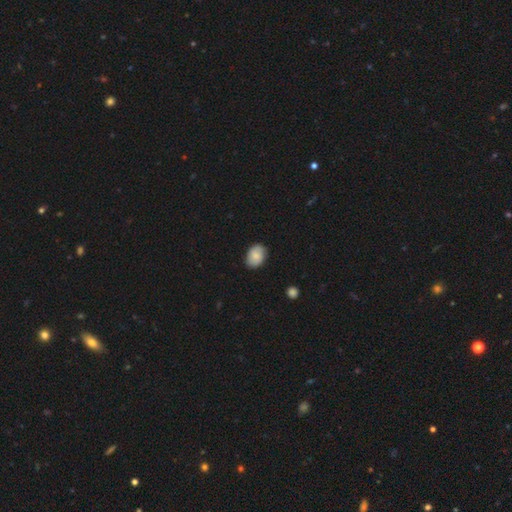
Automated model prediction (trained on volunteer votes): smooth 76%, featured or disk 17%, star or artifact 7%. Down the decision tree: how rounded — in between (75%); merging — none (85%).